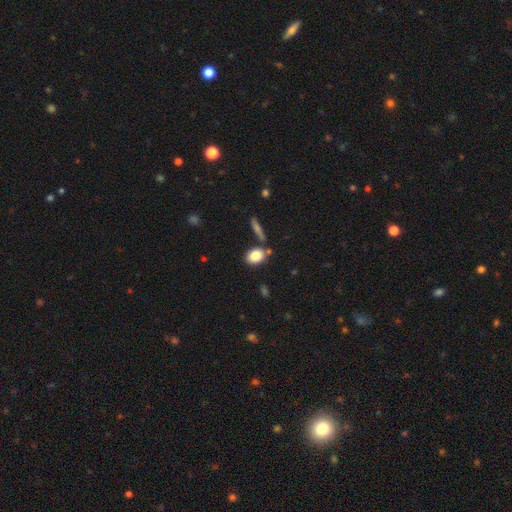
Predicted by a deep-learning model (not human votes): Q: Smooth or featured?
A: smooth (83%); runner-up: featured or disk (9%)
Q: How rounded?
A: in between (66%); runner-up: round (31%)
Q: Merging?
A: none (71%); runner-up: merger (13%)